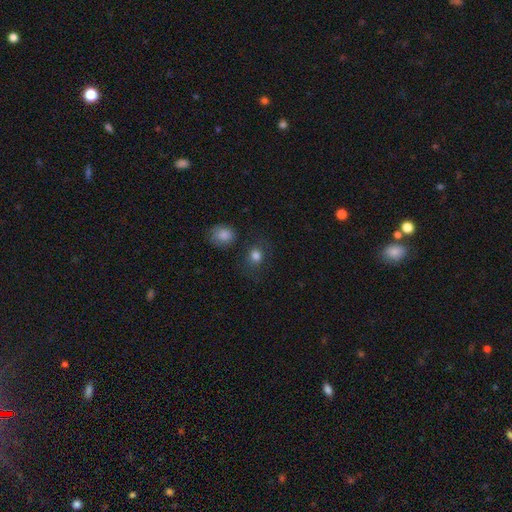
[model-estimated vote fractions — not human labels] Overall: smooth (80%). How rounded: round (63%; in between 36%). Merging: none (69%).